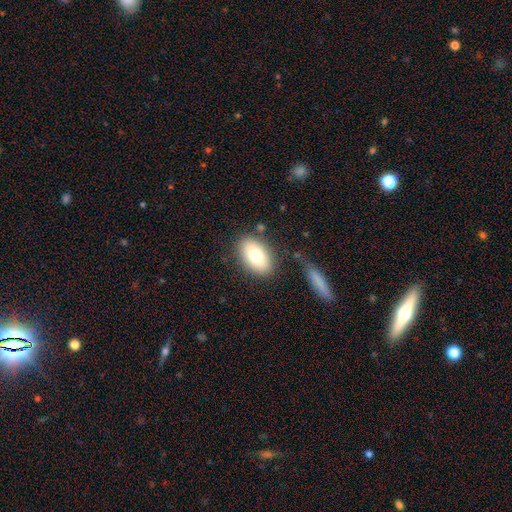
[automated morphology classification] Smooth or featured? Predicted: smooth (p=0.76). How rounded? Predicted: in between (p=0.89). Merging? Predicted: none (p=0.79).